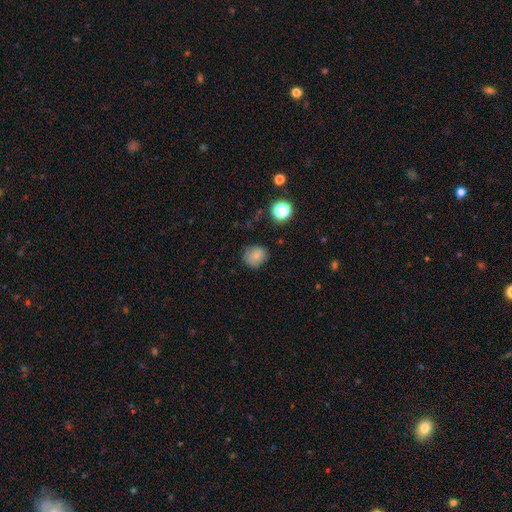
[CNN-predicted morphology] Smooth or featured? Predicted: smooth (p=0.80). How rounded? Predicted: round (p=0.75). Merging? Predicted: none (p=0.77).